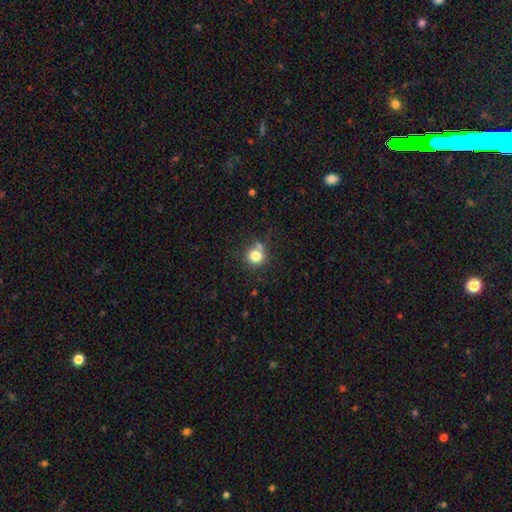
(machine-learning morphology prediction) type=smooth (79%); roundness=round (90%); merging=none (68%).